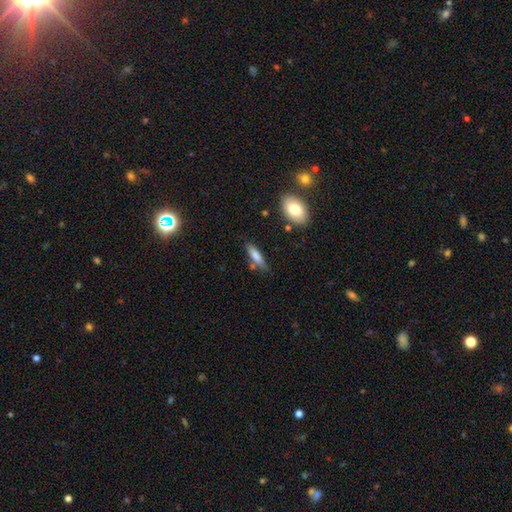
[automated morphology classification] Smooth or featured?
  - smooth: 75% *
  - featured or disk: 18%
  - star or artifact: 7%
How rounded?
  - cigar-shaped: 58% *
  - in between: 40%
  - round: 2%
Merging?
  - none: 64% *
  - minor disturbance: 22%
  - merger: 9%
  - major disturbance: 5%